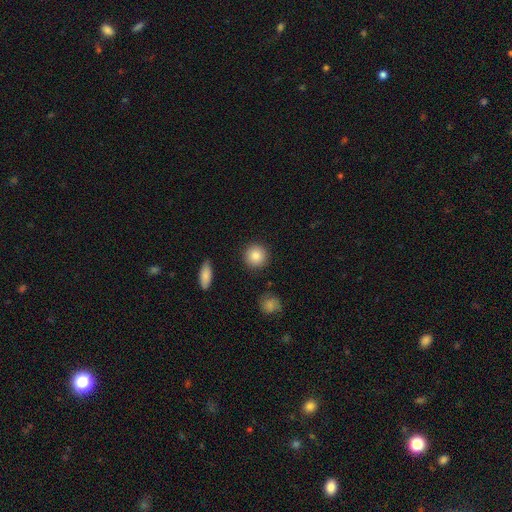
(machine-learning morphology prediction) Smooth or featured: smooth — 86% (star or artifact — 8%)
How rounded: round — 93% (in between — 6%)
Merging: none — 90% (minor disturbance — 6%)